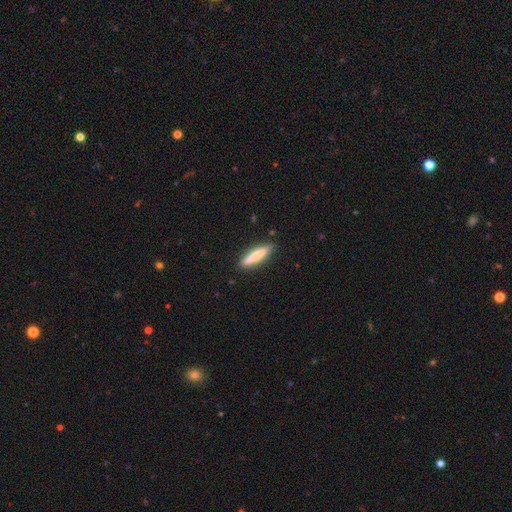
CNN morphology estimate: A smooth galaxy with no disk features (63%) that is cigar-shaped (85%). Merging: none (85%).